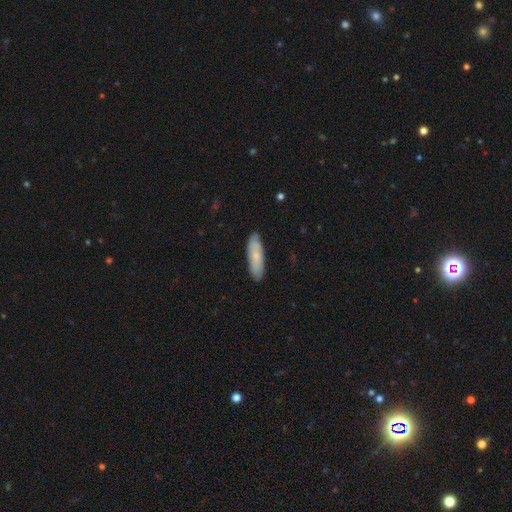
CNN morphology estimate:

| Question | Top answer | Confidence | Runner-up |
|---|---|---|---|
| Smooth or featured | smooth | 68% | featured or disk (26%) |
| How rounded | cigar-shaped | 56% | in between (42%) |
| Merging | none | 84% | minor disturbance (12%) |